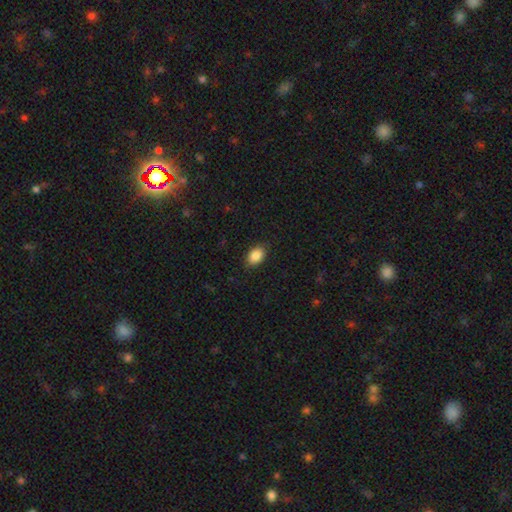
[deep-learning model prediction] Smooth or featured?
  - smooth: 87% *
  - star or artifact: 8%
  - featured or disk: 5%
How rounded?
  - in between: 87% *
  - round: 12%
  - cigar-shaped: 1%
Merging?
  - none: 89% *
  - minor disturbance: 8%
  - major disturbance: 2%
  - merger: 1%